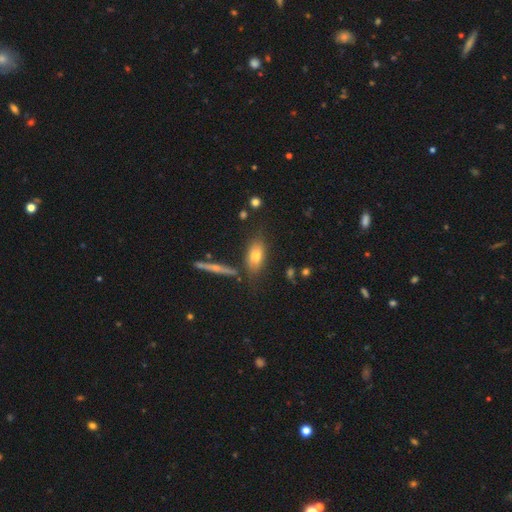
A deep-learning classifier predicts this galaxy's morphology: Smooth or featured?
  - smooth: 72% *
  - featured or disk: 20%
  - star or artifact: 8%
How rounded?
  - in between: 83% *
  - cigar-shaped: 12%
  - round: 5%
Merging?
  - none: 71% *
  - minor disturbance: 16%
  - merger: 8%
  - major disturbance: 5%